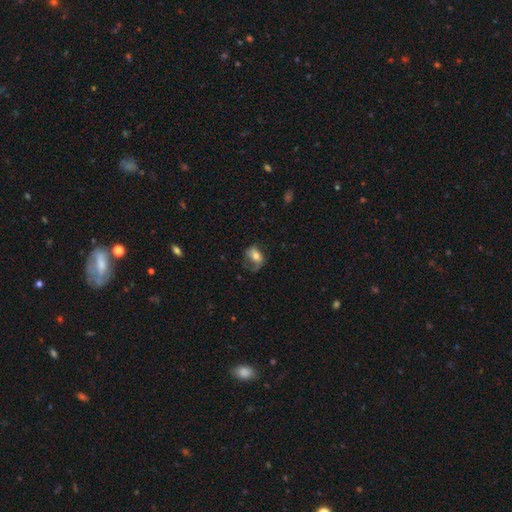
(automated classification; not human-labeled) Q: Smooth or featured?
A: smooth (60%); runner-up: featured or disk (32%)
Q: How rounded?
A: in between (75%); runner-up: round (23%)
Q: Merging?
A: none (38%); runner-up: major disturbance (31%)